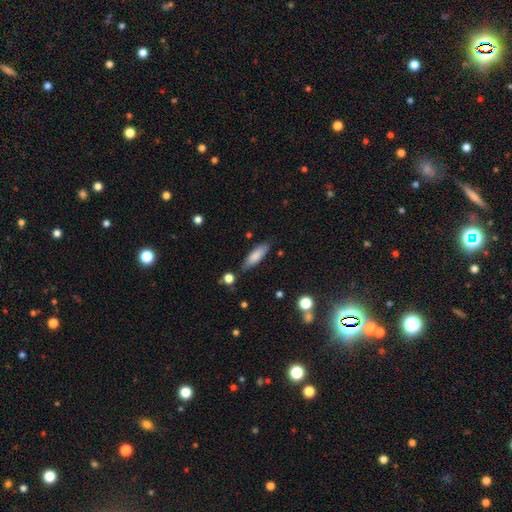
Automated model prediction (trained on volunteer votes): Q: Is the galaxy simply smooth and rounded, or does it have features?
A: smooth — 80%.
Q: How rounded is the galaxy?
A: cigar-shaped — 51%.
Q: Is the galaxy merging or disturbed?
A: none — 79%.